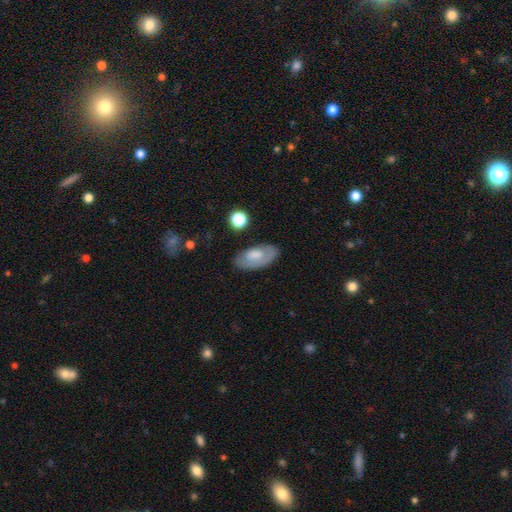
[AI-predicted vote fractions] This is possibly a smooth galaxy (60%). How rounded: clearly in between (92%). Merging: likely none (74%).